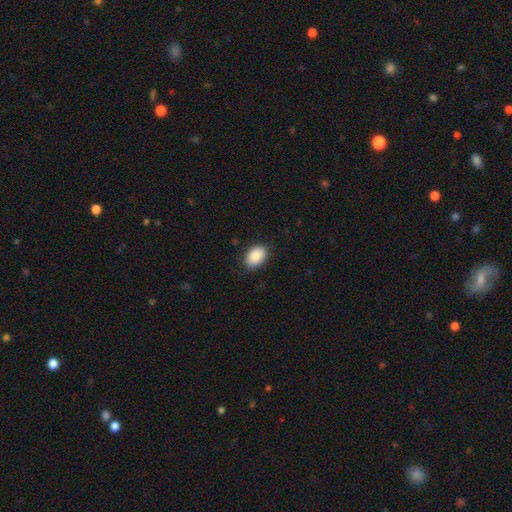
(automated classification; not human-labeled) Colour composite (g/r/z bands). It shows a smooth galaxy with no disk features (89%) that is in between round and cigar-shaped (85%). Merging: none (88%).